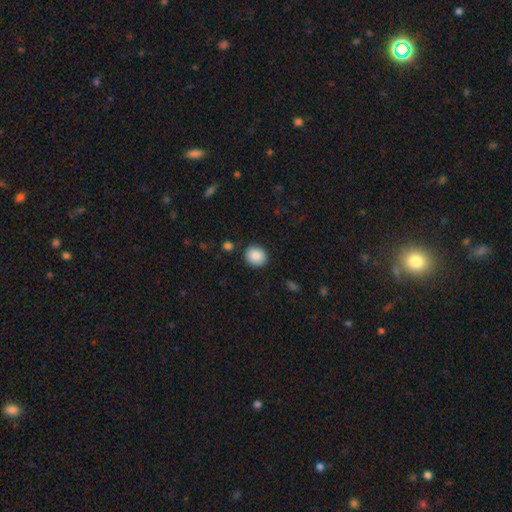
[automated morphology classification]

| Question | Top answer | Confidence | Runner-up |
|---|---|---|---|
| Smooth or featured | smooth | 89% | star or artifact (7%) |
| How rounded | round | 73% | in between (26%) |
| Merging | none | 87% | minor disturbance (9%) |